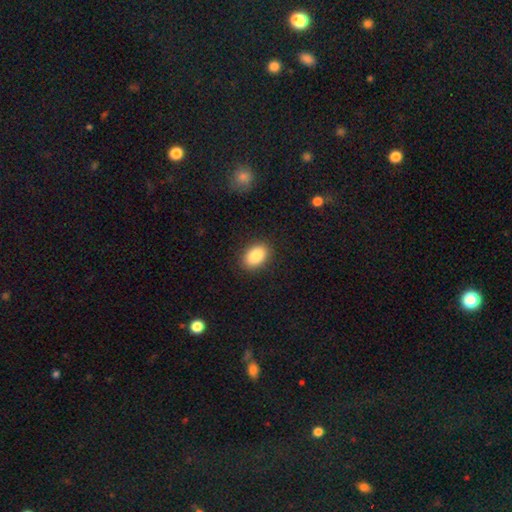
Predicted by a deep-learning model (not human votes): Smooth or featured? Predicted: smooth (p=0.86). How rounded? Predicted: in between (p=0.85). Merging? Predicted: none (p=0.88).